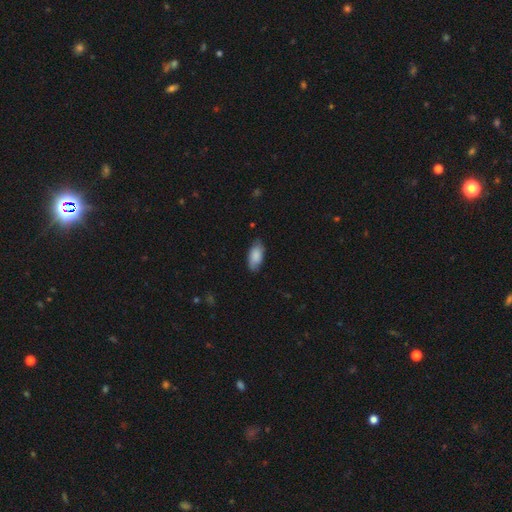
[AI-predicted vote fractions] Overall: smooth (82%). How rounded: in between (90%). Merging: none (77%).